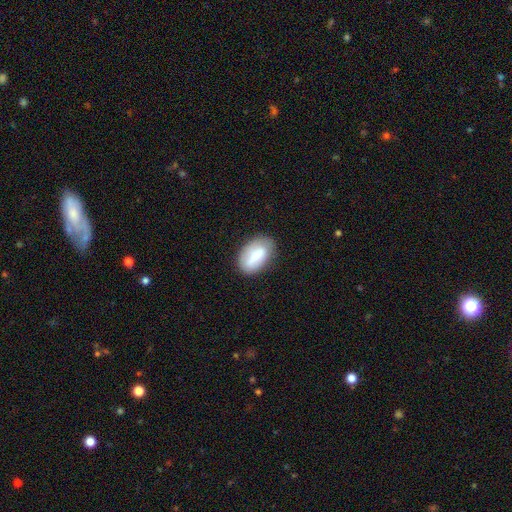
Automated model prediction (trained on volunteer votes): Smooth or featured?
  - smooth: 71% *
  - featured or disk: 22%
  - star or artifact: 7%
How rounded?
  - in between: 91% *
  - round: 6%
  - cigar-shaped: 3%
Merging?
  - none: 74% *
  - minor disturbance: 19%
  - major disturbance: 5%
  - merger: 2%